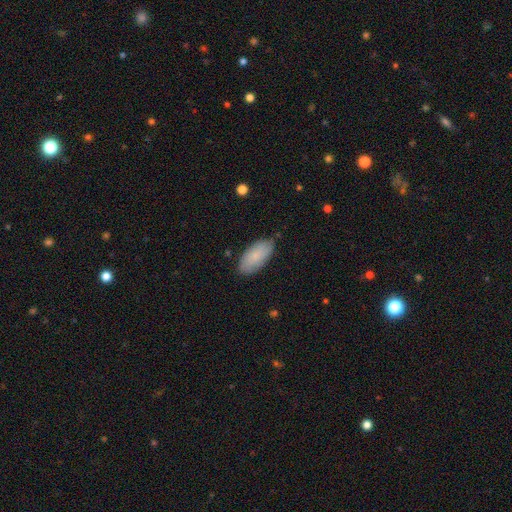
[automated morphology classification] A smooth galaxy with no disk features (85%) that is in between round and cigar-shaped (91%).

Vote fractions:
- Smooth or featured? smooth: 85% / featured or disk: 9% / star or artifact: 6%
- How rounded? in between: 91% / cigar-shaped: 7% / round: 2%
- Merging? none: 83% / minor disturbance: 14% / major disturbance: 2% / merger: 1%